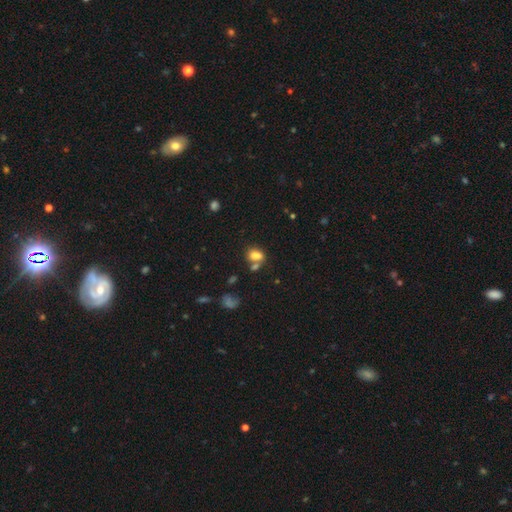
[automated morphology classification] A smooth galaxy with no disk features (79%) that is in between round and cigar-shaped (73%). Merging: none (44%).